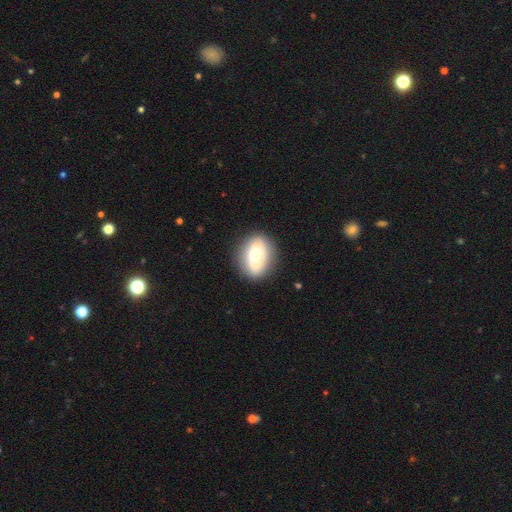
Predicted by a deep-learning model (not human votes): Smooth or featured?
  - smooth: 59% *
  - featured or disk: 33%
  - star or artifact: 8%
How rounded?
  - in between: 63% *
  - round: 36%
  - cigar-shaped: 1%
Merging?
  - none: 84% *
  - minor disturbance: 11%
  - major disturbance: 4%
  - merger: 1%